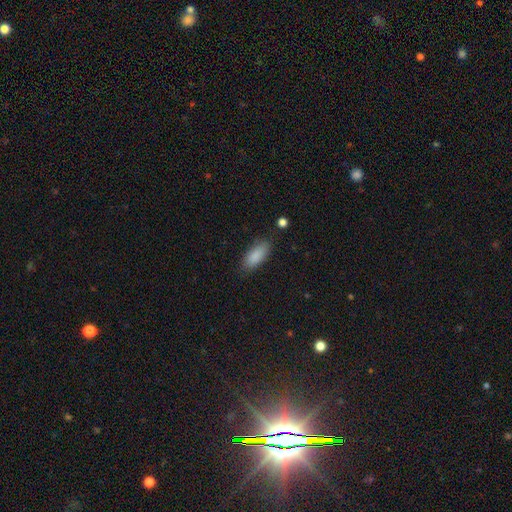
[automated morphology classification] The model was most divided on "how rounded": in between: 81%, cigar-shaped: 17%, round: 2%. More confident: smooth or featured — smooth (88%); merging — none (83%).